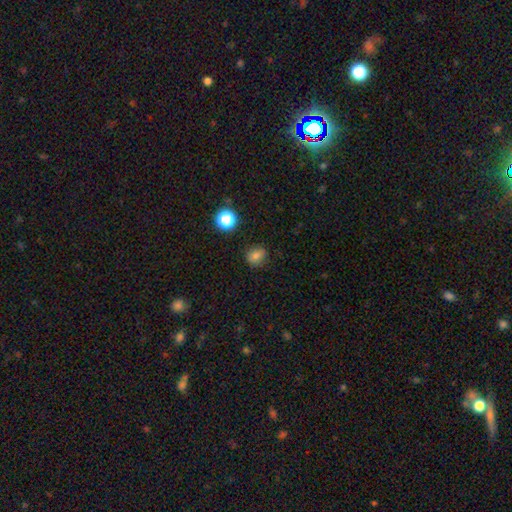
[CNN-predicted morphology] type=smooth (78%); roundness=round (72%); merging=none (83%).